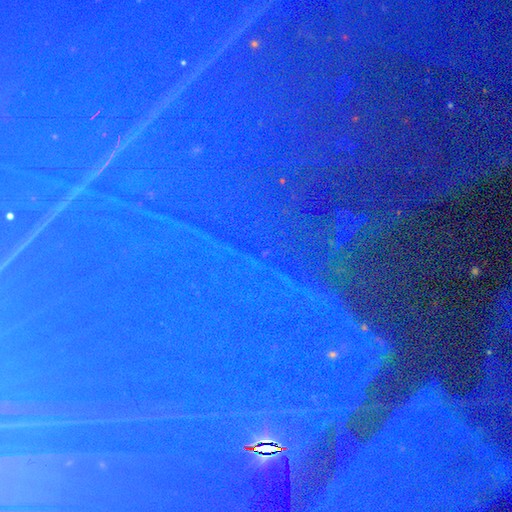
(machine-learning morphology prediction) A star or artifact, not a galaxy (87%).